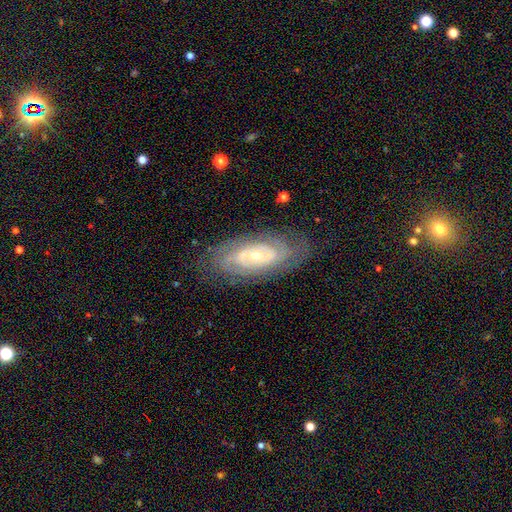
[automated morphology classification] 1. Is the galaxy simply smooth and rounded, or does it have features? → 83% featured or disk, 11% smooth, 6% star or artifact.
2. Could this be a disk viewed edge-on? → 92% no, 8% yes.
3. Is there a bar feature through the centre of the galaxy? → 63% no, 27% weak, 10% strong.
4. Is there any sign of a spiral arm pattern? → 89% yes, 11% no.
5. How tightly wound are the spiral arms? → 75% tight, 20% medium, 5% loose.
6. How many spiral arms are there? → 43% can't tell, 33% 2, 10% 3, 6% 4, 4% more than 4, 4% 1.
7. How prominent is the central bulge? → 57% small, 39% moderate, 2% large, 1% none, 1% dominant.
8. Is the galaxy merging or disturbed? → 79% none, 15% minor disturbance, 5% major disturbance, 1% merger.